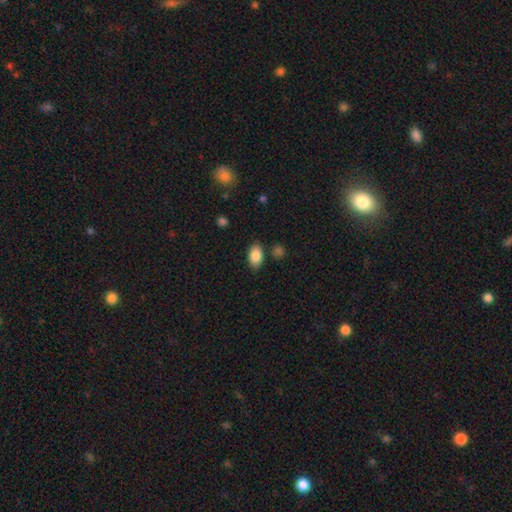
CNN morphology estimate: smooth 87%, star or artifact 7%, featured or disk 6%. Down the decision tree: how rounded — in between (90%); merging — none (82%).